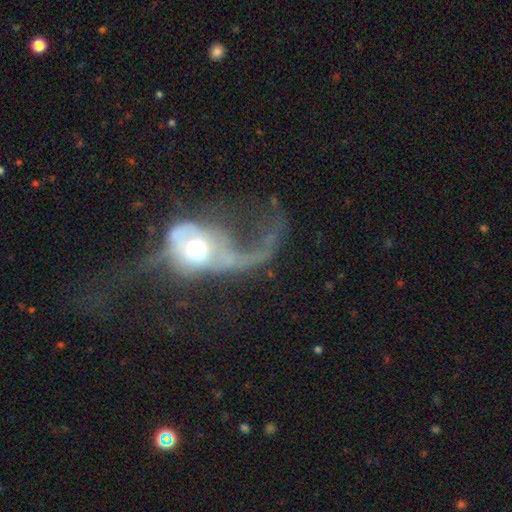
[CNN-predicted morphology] The model was most divided on "bulge size": moderate: 59%, large: 23%, small: 11%, dominant: 6%, none: 2%. More confident: edge-on disk — no (94%); bar — no (75%); spiral arms — yes (70%); smooth or featured — featured or disk (70%); merging — major disturbance (63%).